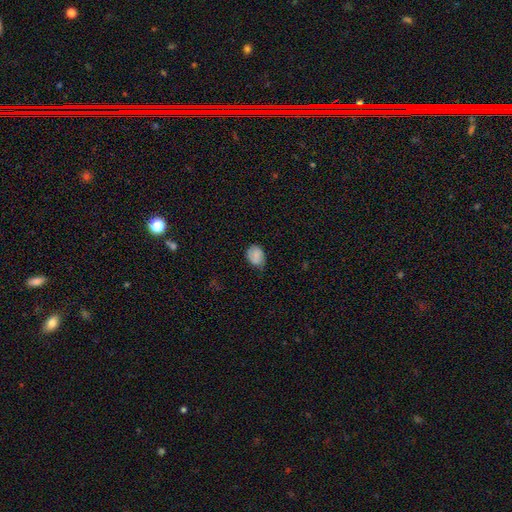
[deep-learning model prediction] This is likely a smooth galaxy (75%). How rounded: likely in between (67%). Merging: possibly none (58%).